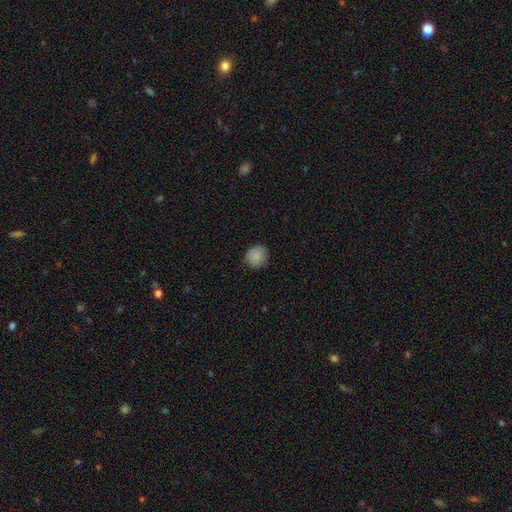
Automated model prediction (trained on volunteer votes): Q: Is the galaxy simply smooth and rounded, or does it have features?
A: smooth — 87%.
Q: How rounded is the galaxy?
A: round — 82%.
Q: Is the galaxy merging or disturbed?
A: none — 83%.